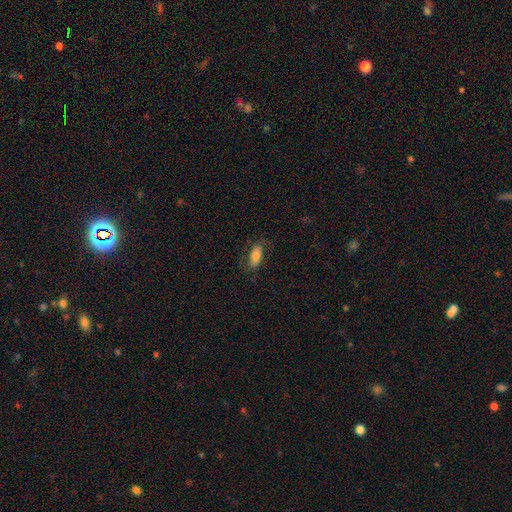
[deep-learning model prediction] Morphology: type=smooth (74%); roundness=in between (84%); merging=none (71%).